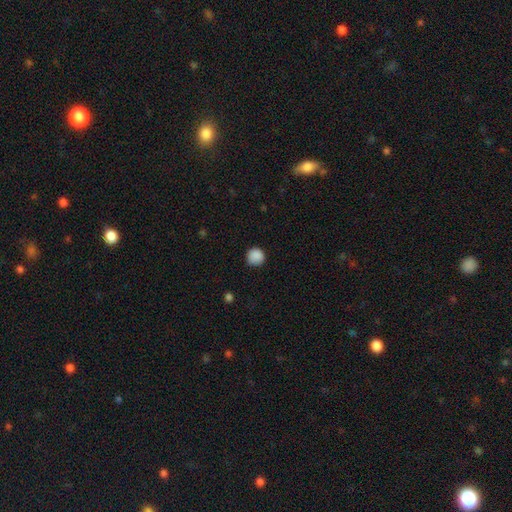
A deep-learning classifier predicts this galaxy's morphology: smooth 88%, star or artifact 9%, featured or disk 3%. Down the decision tree: how rounded — round (93%); merging — none (83%).